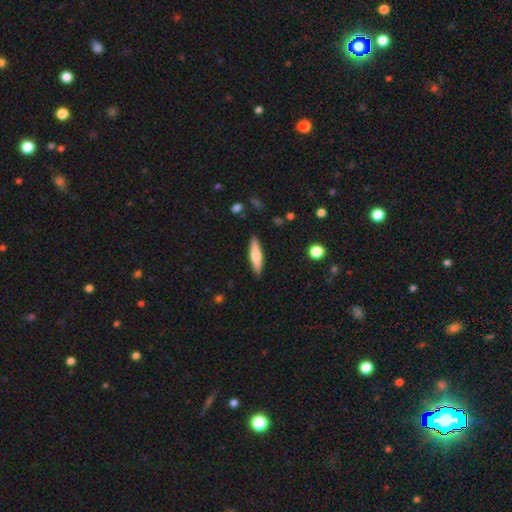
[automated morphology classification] Q: Smooth or featured?
A: smooth (64%); runner-up: featured or disk (30%)
Q: How rounded?
A: cigar-shaped (74%); runner-up: in between (25%)
Q: Merging?
A: none (88%); runner-up: minor disturbance (9%)